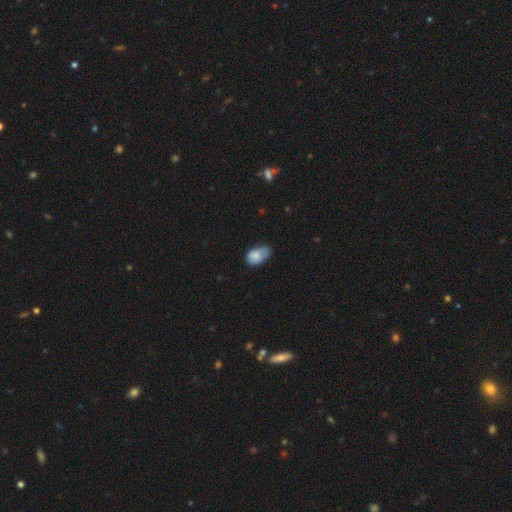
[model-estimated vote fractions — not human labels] Overall: smooth (76%). How rounded: in between (88%). Merging: minor disturbance (46%; none 31%).